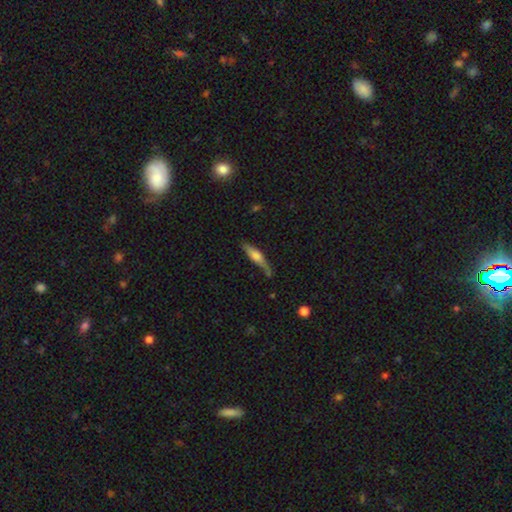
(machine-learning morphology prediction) Overall: smooth (51%; featured or disk 43%). How rounded: cigar-shaped (77%). Merging: none (61%; minor disturbance 26%).